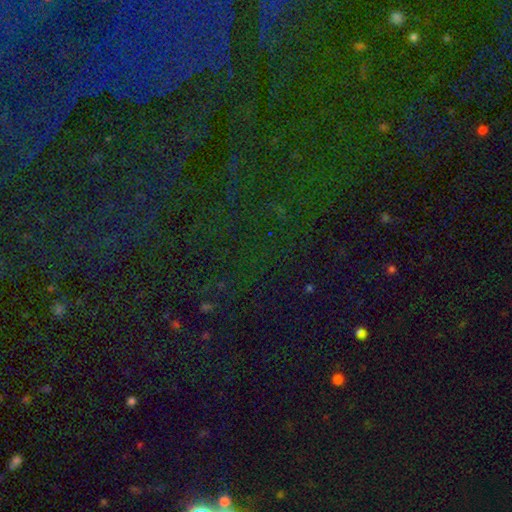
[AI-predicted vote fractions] A star or artifact, not a galaxy (81%).

Vote fractions:
- Smooth or featured? star or artifact: 81% / smooth: 11% / featured or disk: 8%